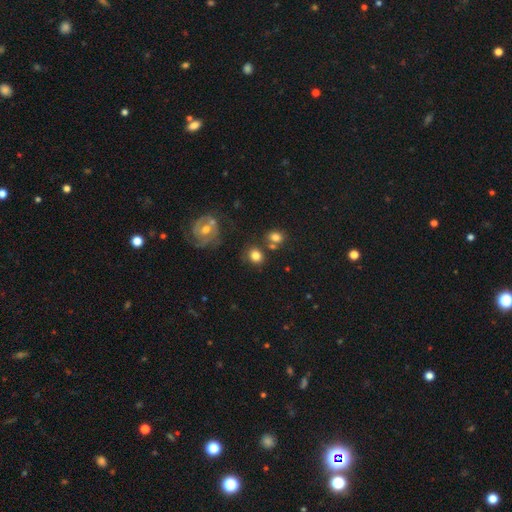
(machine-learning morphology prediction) Smooth or featured?
  - smooth: 77% *
  - featured or disk: 13%
  - star or artifact: 10%
How rounded?
  - round: 74% *
  - in between: 25%
  - cigar-shaped: 1%
Merging?
  - none: 70% *
  - merger: 13%
  - minor disturbance: 13%
  - major disturbance: 5%